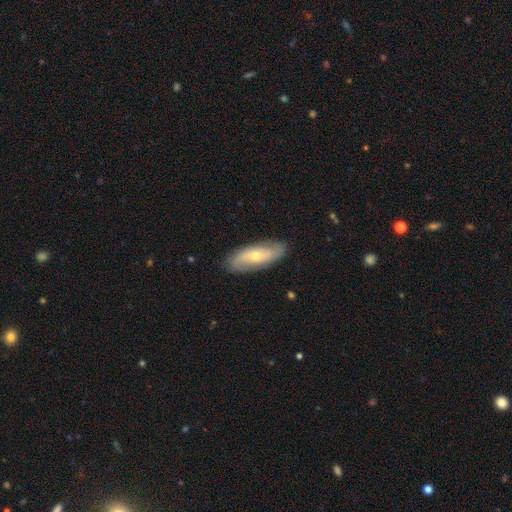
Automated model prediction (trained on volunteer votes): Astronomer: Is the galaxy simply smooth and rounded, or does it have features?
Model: featured or disk — 67%.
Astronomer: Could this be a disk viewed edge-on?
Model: no — 86%.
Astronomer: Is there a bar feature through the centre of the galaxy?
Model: no — 64%.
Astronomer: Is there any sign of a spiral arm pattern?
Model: yes — 84%.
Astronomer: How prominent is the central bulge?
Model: small — 56% (runner-up: moderate, 41%).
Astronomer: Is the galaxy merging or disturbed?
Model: none — 84%.